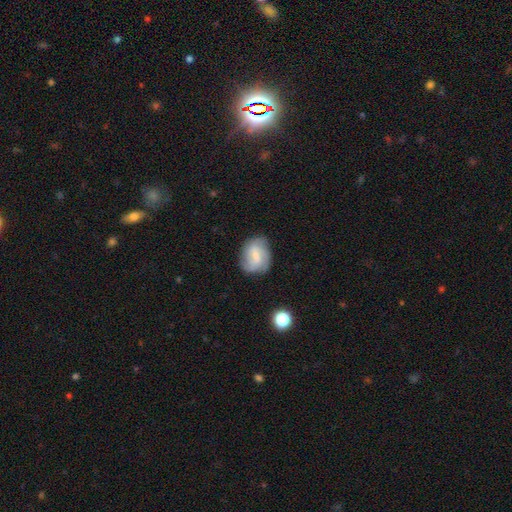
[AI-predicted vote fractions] Smooth or featured?
  - featured or disk: 64% *
  - smooth: 29%
  - star or artifact: 7%
Edge-on disk?
  - no: 97% *
  - yes: 3%
Bar?
  - weak: 54% *
  - no: 31%
  - strong: 15%
Spiral arms?
  - yes: 90% *
  - no: 10%
Spiral winding?
  - medium: 44% *
  - tight: 38%
  - loose: 18%
Spiral arm count?
  - 3: 31% *
  - 2: 27%
  - can't tell: 26%
  - 4: 8%
  - 1: 4%
  - more than 4: 4%
Bulge size?
  - small: 54% *
  - moderate: 28%
  - none: 15%
  - large: 3%
  - dominant: 1%
Merging?
  - none: 71% *
  - minor disturbance: 21%
  - major disturbance: 7%
  - merger: 2%